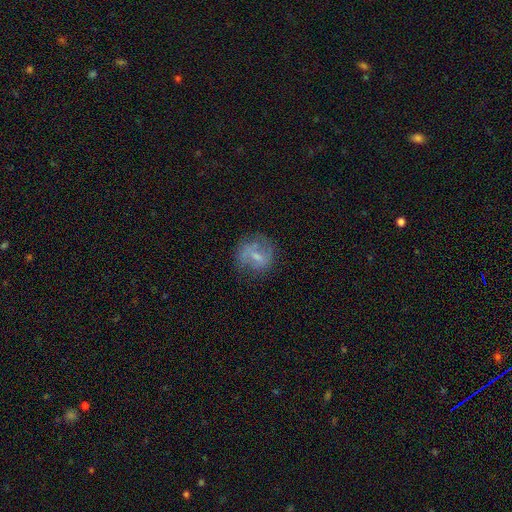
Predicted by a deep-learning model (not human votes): Q: Smooth or featured?
A: featured or disk (55%); runner-up: smooth (36%)
Q: Edge-on disk?
A: no (97%); runner-up: yes (3%)
Q: Bar?
A: weak (50%); runner-up: no (33%)
Q: Spiral arms?
A: yes (72%); runner-up: no (28%)
Q: Bulge size?
A: small (48%); runner-up: moderate (37%)
Q: Merging?
A: none (65%); runner-up: minor disturbance (21%)